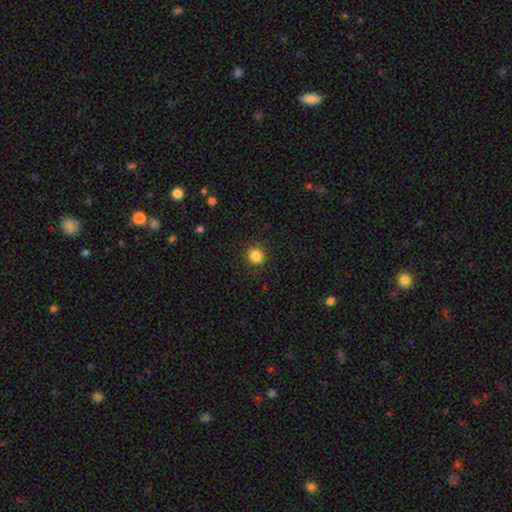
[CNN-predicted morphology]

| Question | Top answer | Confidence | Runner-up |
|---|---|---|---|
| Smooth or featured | smooth | 86% | star or artifact (11%) |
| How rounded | round | 85% | in between (14%) |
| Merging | none | 87% | minor disturbance (9%) |